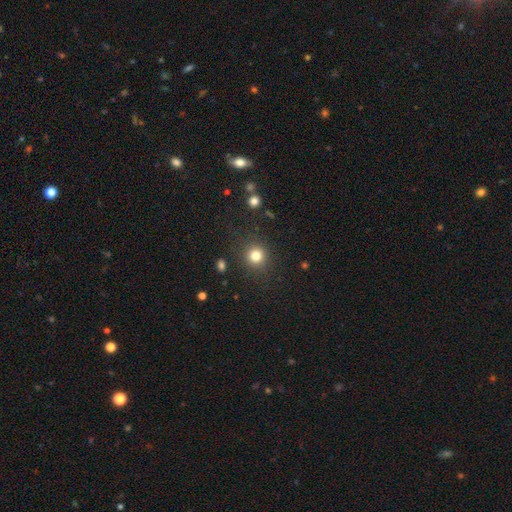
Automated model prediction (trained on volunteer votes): A smooth galaxy with no disk features (81%) that is round (90%). Merging: none (88%).